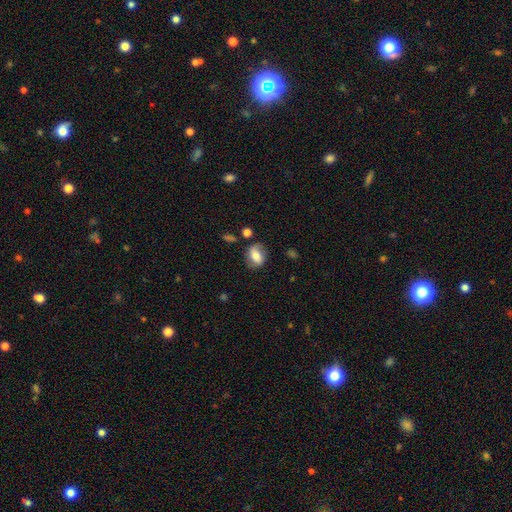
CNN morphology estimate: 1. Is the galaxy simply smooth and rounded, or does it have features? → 65% smooth, 27% featured or disk, 8% star or artifact.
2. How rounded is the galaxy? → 70% in between, 28% round, 2% cigar-shaped.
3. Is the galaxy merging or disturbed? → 71% none, 19% minor disturbance, 6% major disturbance, 4% merger.